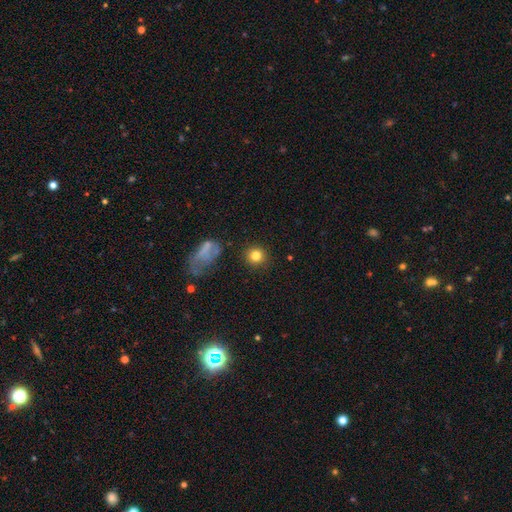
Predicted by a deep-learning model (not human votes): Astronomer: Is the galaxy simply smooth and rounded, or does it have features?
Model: smooth — 80%.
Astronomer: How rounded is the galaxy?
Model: round — 92%.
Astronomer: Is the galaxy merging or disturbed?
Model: none — 87%.